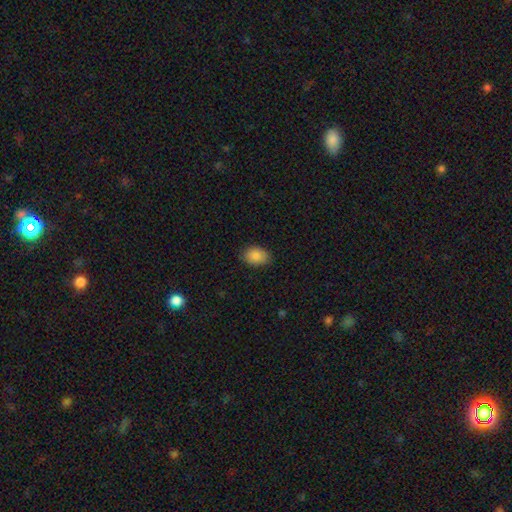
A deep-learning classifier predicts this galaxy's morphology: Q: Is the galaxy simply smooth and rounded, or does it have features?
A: smooth — 86%.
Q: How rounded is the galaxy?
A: in between — 75%.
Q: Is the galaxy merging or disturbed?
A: none — 84%.